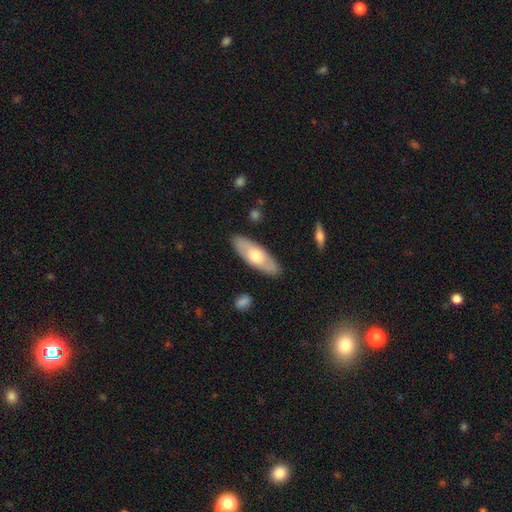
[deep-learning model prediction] Smooth or featured?
  - smooth: 52% *
  - featured or disk: 43%
  - star or artifact: 5%
How rounded?
  - in between: 68% *
  - cigar-shaped: 29%
  - round: 2%
Merging?
  - none: 87% *
  - minor disturbance: 10%
  - major disturbance: 2%
  - merger: 1%